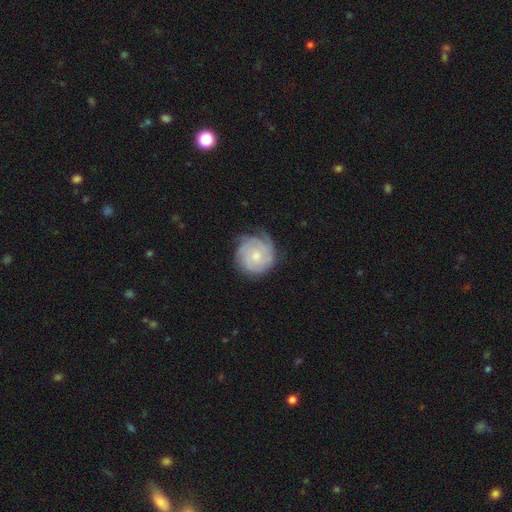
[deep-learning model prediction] Smooth or featured: featured or disk — 69% (smooth — 25%)
Edge-on disk: no — 98% (yes — 2%)
Bar: no — 79% (weak — 18%)
Spiral arms: yes — 93% (no — 7%)
Spiral winding: tight — 72% (medium — 22%)
Spiral arm count: can't tell — 36% (3 — 25%)
Bulge size: small — 55% (moderate — 40%)
Merging: none — 68% (minor disturbance — 23%)